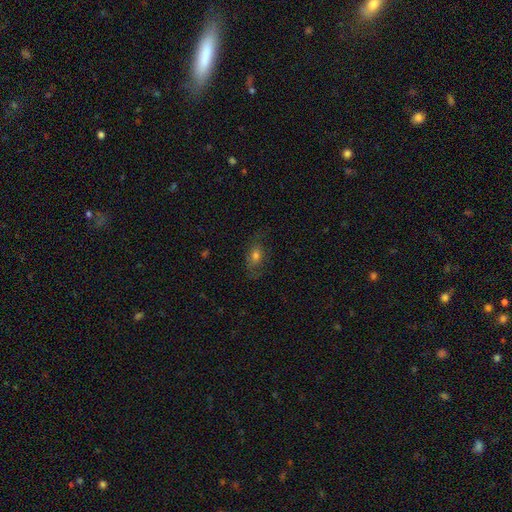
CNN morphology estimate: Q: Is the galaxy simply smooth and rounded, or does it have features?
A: smooth — 63%.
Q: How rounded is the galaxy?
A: in between — 79%.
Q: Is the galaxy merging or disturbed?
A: none — 66%.